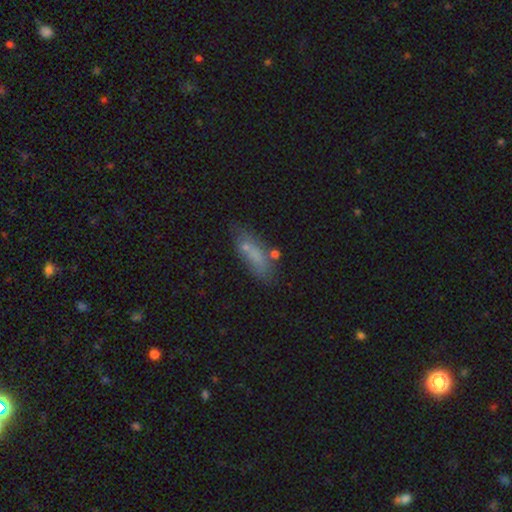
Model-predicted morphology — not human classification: Smooth or featured?
  - smooth: 68% *
  - featured or disk: 20%
  - star or artifact: 11%
How rounded?
  - in between: 57% *
  - cigar-shaped: 39%
  - round: 4%
Merging?
  - none: 61% *
  - minor disturbance: 21%
  - merger: 9%
  - major disturbance: 8%